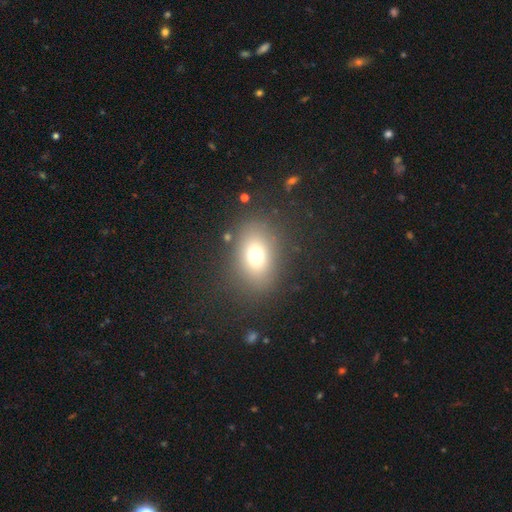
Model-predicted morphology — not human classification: Smooth or featured?
  - smooth: 72% *
  - featured or disk: 14%
  - star or artifact: 14%
How rounded?
  - in between: 69% *
  - round: 30%
  - cigar-shaped: 2%
Merging?
  - none: 81% *
  - minor disturbance: 11%
  - major disturbance: 6%
  - merger: 2%